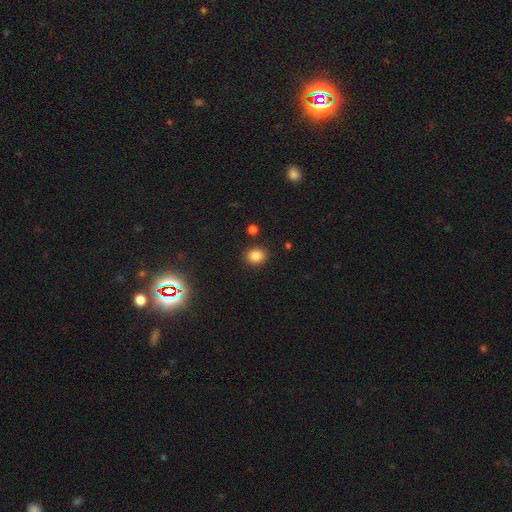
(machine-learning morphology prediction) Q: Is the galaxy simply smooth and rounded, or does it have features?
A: smooth — 84%.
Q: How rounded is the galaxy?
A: round — 53%.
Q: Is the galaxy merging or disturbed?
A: none — 86%.